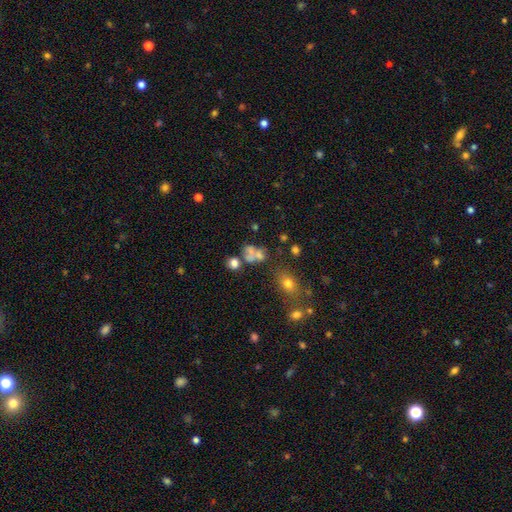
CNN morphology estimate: smooth_or_featured: smooth (p=0.54) [alt: featured or disk p=0.27]
how_rounded: in between (p=0.50) [alt: round p=0.48]
merging: merger (p=0.43) [alt: none p=0.30]